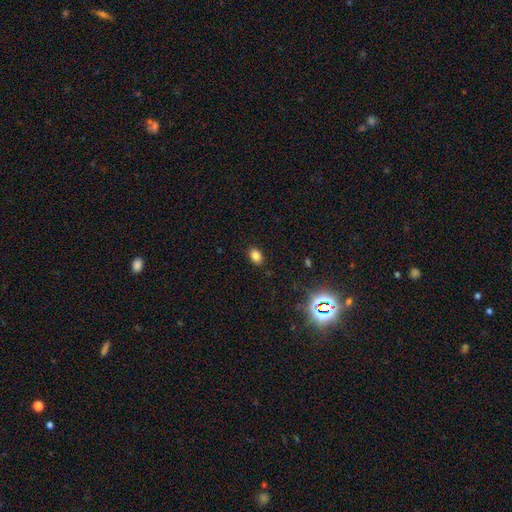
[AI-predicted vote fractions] Morphology: type=smooth (83%); roundness=in between (81%); merging=none (88%).